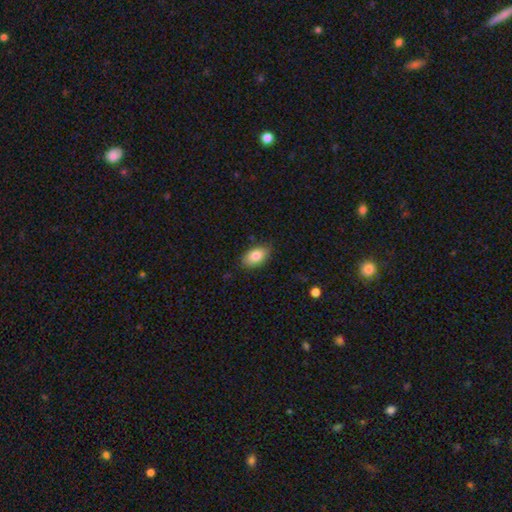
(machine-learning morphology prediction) This appears to be a smooth galaxy with no disk features (83%) that is in between round and cigar-shaped (93%). Merging: none (84%).